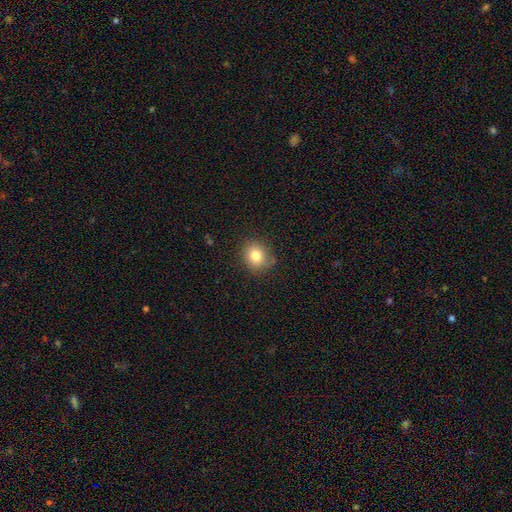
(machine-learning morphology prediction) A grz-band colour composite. It shows a smooth galaxy with no disk features (81%) that is round (73%). Merging: none (81%).